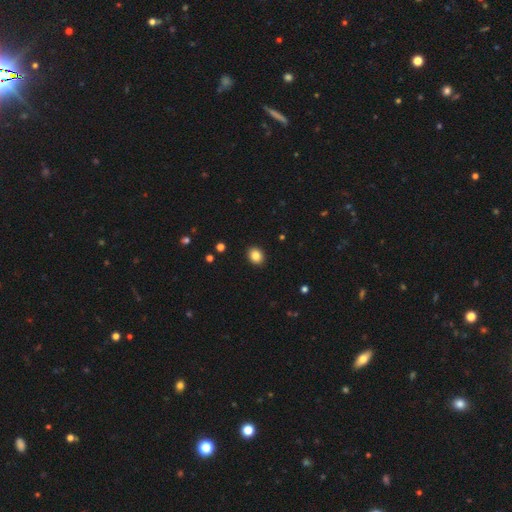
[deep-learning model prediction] A smooth galaxy with no disk features (86%) that is round (50%). Merging: none (91%).